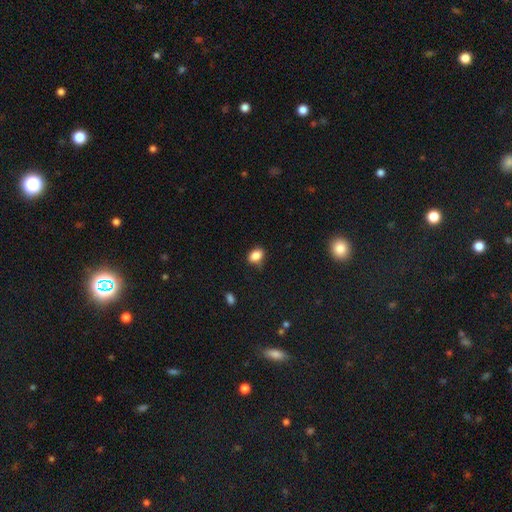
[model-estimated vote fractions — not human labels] smooth 85%, star or artifact 10%, featured or disk 5%. Down the decision tree: how rounded — in between (70%); merging — none (73%).